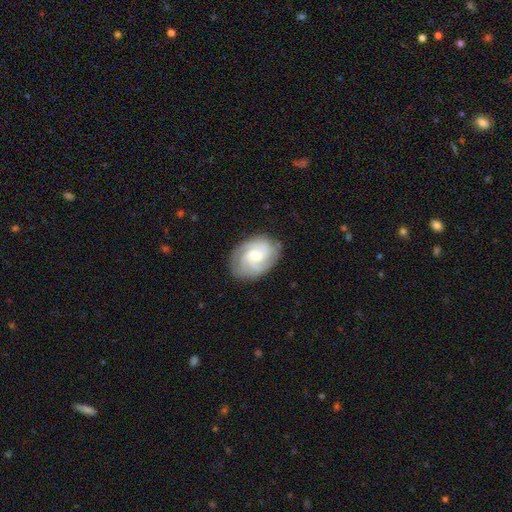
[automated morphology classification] Smooth or featured? featured or disk (83%)
Edge-on disk? no (98%)
Bar? no (57%)
Spiral arms? yes (97%)
Spiral winding? tight (52%)
Spiral arm count? 3 (46%)
Bulge size? small (54%)
Merging? none (81%)